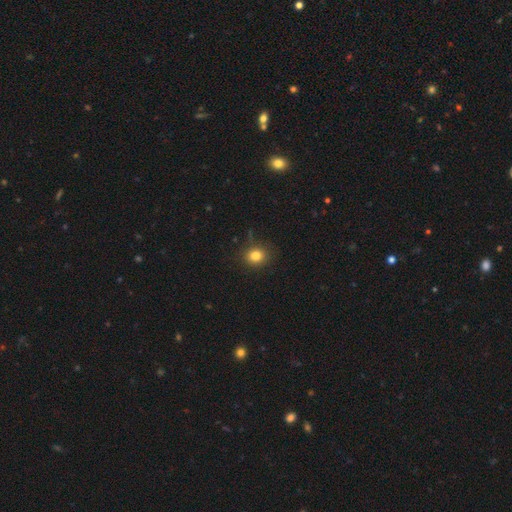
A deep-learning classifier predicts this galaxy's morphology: Smooth or featured? Predicted: smooth (p=0.82). How rounded? Predicted: round (p=0.73). Merging? Predicted: none (p=0.83).